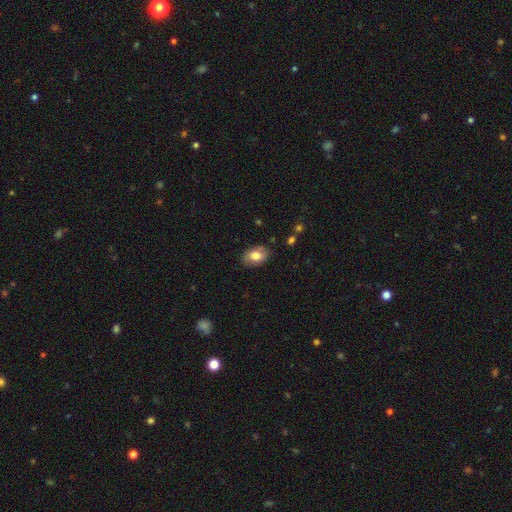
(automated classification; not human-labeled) smooth 78%, featured or disk 15%, star or artifact 7%. Down the decision tree: how rounded — in between (89%); merging — none (84%).